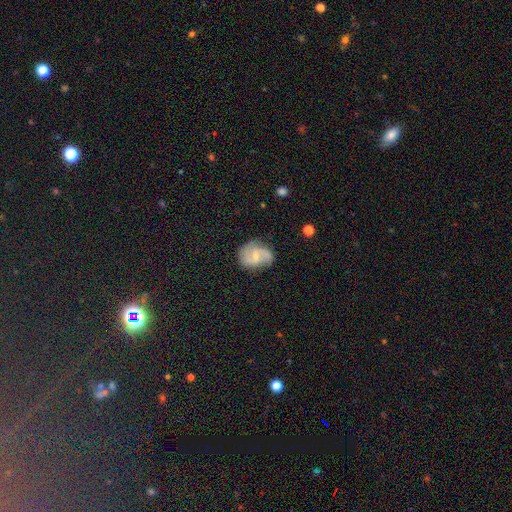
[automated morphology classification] Smooth or featured?
  - featured or disk: 76% *
  - smooth: 17%
  - star or artifact: 7%
Edge-on disk?
  - no: 98% *
  - yes: 2%
Bar?
  - weak: 53% *
  - no: 32%
  - strong: 15%
Spiral arms?
  - yes: 94% *
  - no: 6%
Spiral winding?
  - medium: 49% *
  - loose: 31%
  - tight: 20%
Spiral arm count?
  - 2: 87% *
  - can't tell: 6%
  - 1: 3%
  - 3: 2%
  - 4: 1%
  - more than 4: 1%
Bulge size?
  - small: 59% *
  - moderate: 34%
  - none: 5%
  - large: 1%
  - dominant: 1%
Merging?
  - none: 69% *
  - minor disturbance: 22%
  - major disturbance: 8%
  - merger: 2%